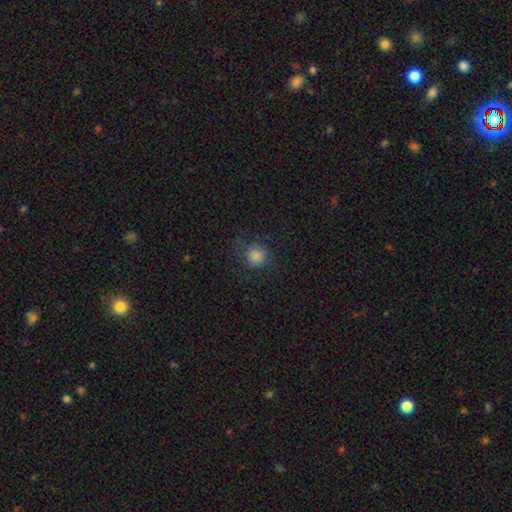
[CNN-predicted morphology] This is clearly a smooth galaxy (80%). How rounded: clearly round (93%). Merging: likely none (79%).